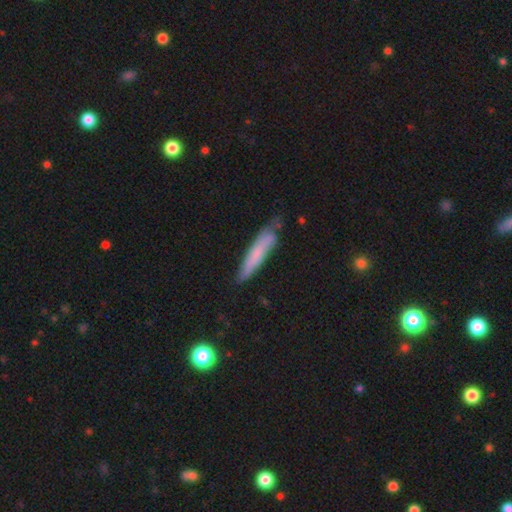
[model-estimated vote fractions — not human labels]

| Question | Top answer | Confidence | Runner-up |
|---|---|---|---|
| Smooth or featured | smooth | 64% | featured or disk (29%) |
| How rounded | cigar-shaped | 86% | in between (13%) |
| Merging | none | 60% | minor disturbance (29%) |